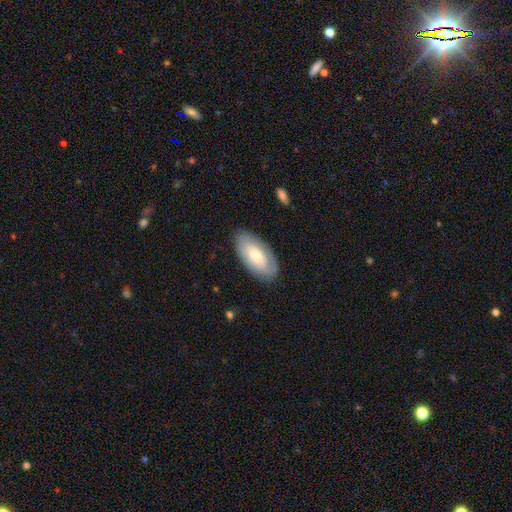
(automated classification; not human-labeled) The model was most divided on "smooth or featured": smooth: 57%, featured or disk: 37%, star or artifact: 6%. More confident: how rounded — in between (93%); merging — none (82%).